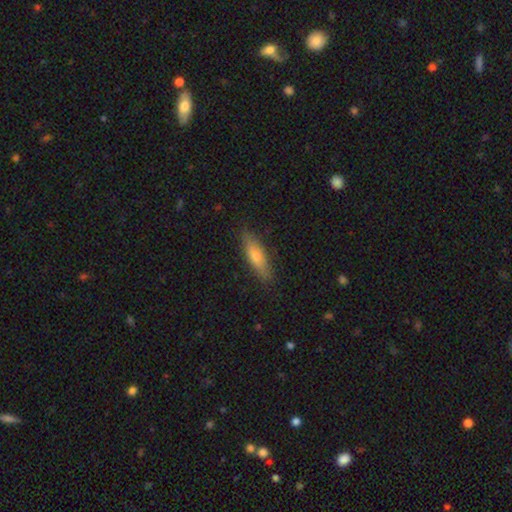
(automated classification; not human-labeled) smooth_or_featured: smooth (p=0.68) [alt: featured or disk p=0.26]
how_rounded: cigar-shaped (p=0.67) [alt: in between p=0.31]
merging: none (p=0.86) [alt: minor disturbance p=0.11]